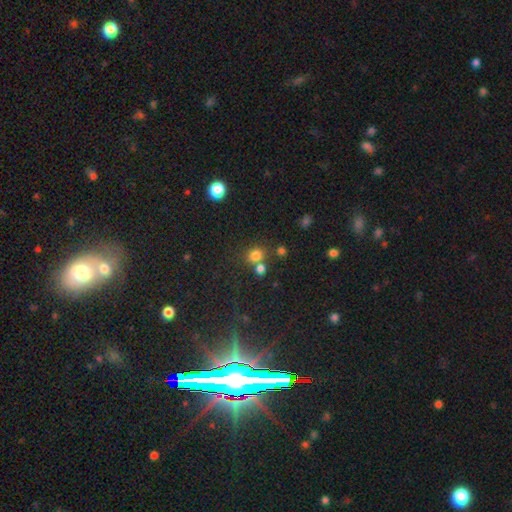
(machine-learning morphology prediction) smooth_or_featured: smooth (p=0.76) [alt: star or artifact p=0.17]
how_rounded: round (p=0.71) [alt: in between p=0.28]
merging: none (p=0.59) [alt: merger p=0.27]